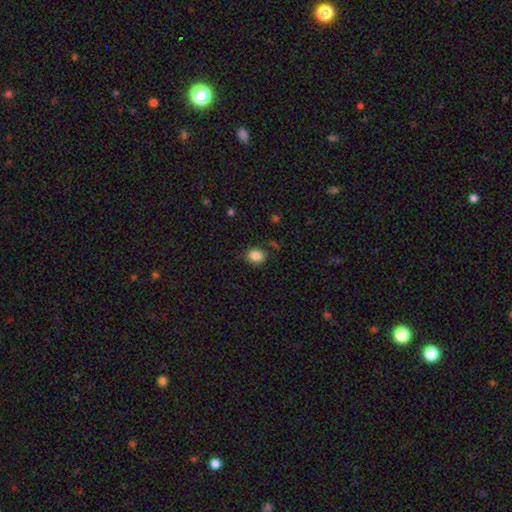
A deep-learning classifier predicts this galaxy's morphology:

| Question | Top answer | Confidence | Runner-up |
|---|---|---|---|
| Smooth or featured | smooth | 85% | star or artifact (10%) |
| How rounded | round | 53% | in between (46%) |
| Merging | none | 81% | minor disturbance (14%) |